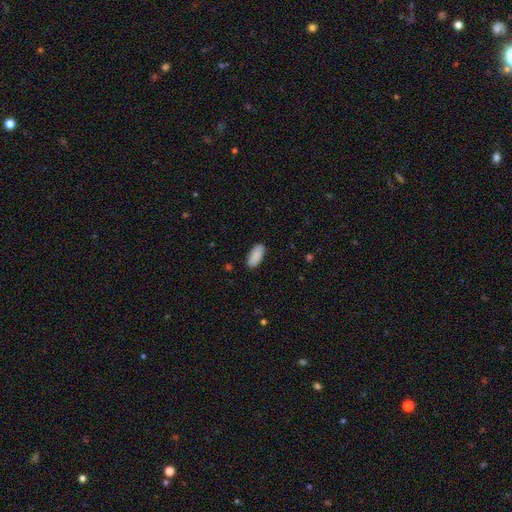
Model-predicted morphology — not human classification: Smooth or featured?
  - smooth: 90% *
  - star or artifact: 6%
  - featured or disk: 4%
How rounded?
  - in between: 89% *
  - cigar-shaped: 9%
  - round: 2%
Merging?
  - none: 88% *
  - minor disturbance: 9%
  - major disturbance: 2%
  - merger: 1%